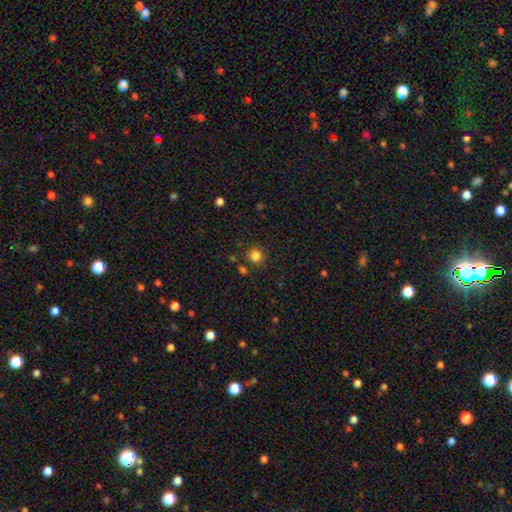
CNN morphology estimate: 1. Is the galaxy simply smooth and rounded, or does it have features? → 83% smooth, 13% star or artifact, 4% featured or disk.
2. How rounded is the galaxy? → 93% round, 6% in between, 1% cigar-shaped.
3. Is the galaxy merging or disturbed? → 85% none, 7% minor disturbance, 5% merger, 3% major disturbance.